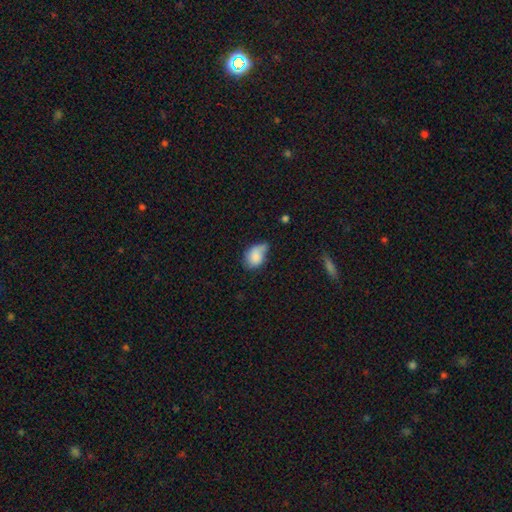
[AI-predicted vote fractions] The model was most divided on "merging": minor disturbance: 41%, none: 30%, major disturbance: 19%, merger: 9%. More confident: smooth or featured — smooth (78%); how rounded — in between (74%).